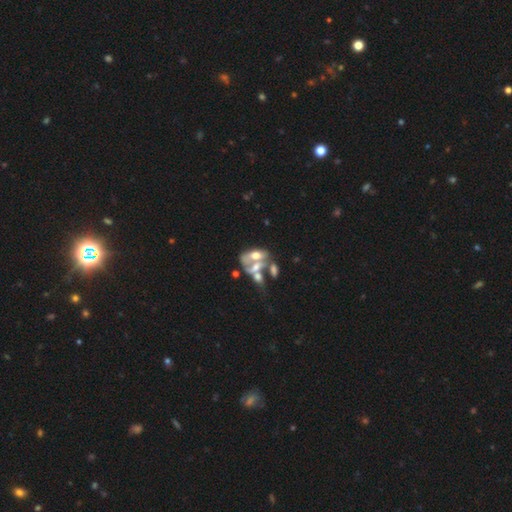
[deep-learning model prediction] Q: Smooth or featured?
A: featured or disk (52%); runner-up: smooth (36%)
Q: Edge-on disk?
A: no (92%); runner-up: yes (8%)
Q: Merging?
A: merger (63%); runner-up: none (14%)